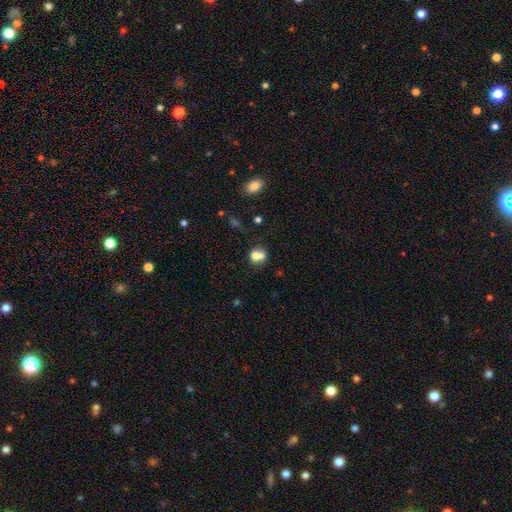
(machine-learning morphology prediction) A smooth galaxy with no disk features (72%) that is round (68%). Merging: merger (52%).